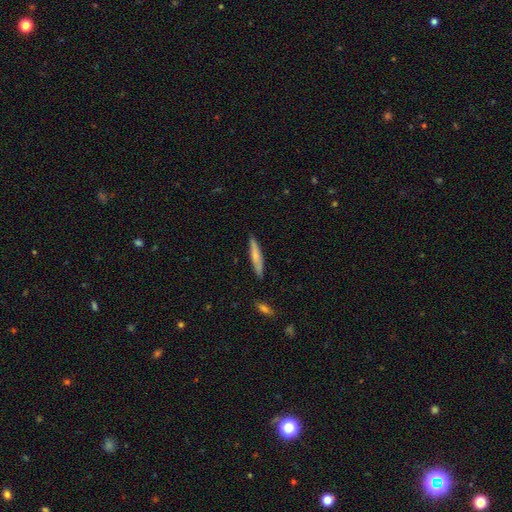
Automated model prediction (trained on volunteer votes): Morphology: type=smooth (67%); roundness=cigar-shaped (89%); merging=none (86%).